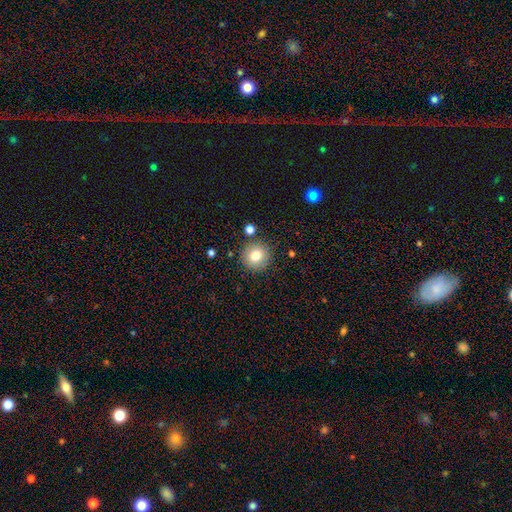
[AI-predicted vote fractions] The model was most divided on "smooth or featured": smooth: 78%, star or artifact: 11%, featured or disk: 11%. More confident: how rounded — round (93%); merging — none (86%).